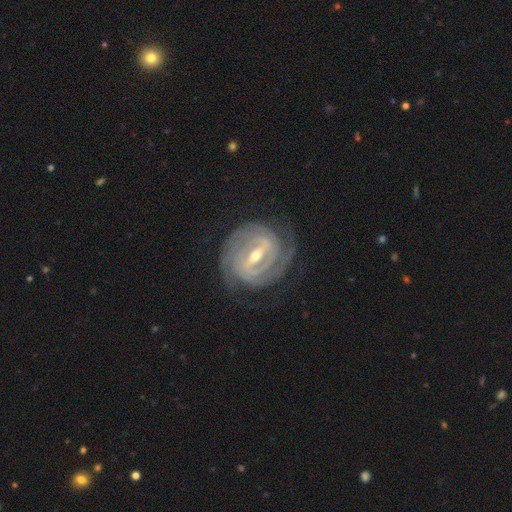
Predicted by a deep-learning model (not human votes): Smooth or featured: featured or disk — 92% (star or artifact — 4%)
Edge-on disk: no — 96% (yes — 4%)
Bar: strong — 68% (weak — 26%)
Spiral arms: yes — 98% (no — 2%)
Spiral winding: tight — 80% (medium — 17%)
Spiral arm count: 2 — 45% (3 — 20%)
Bulge size: moderate — 55% (small — 41%)
Merging: none — 80% (minor disturbance — 13%)